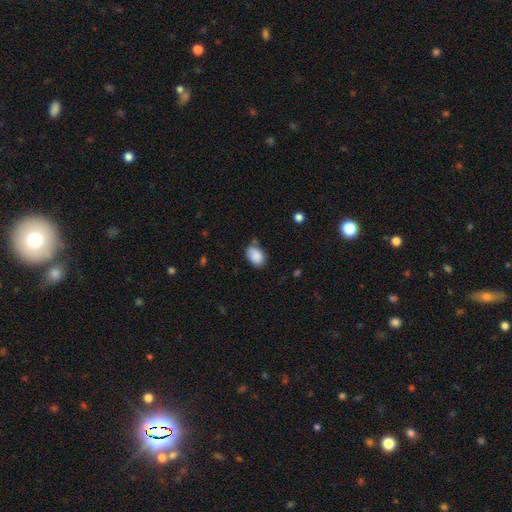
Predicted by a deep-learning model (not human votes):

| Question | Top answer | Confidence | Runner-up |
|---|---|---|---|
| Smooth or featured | smooth | 87% | star or artifact (8%) |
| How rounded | in between | 83% | round (16%) |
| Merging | none | 61% | minor disturbance (29%) |